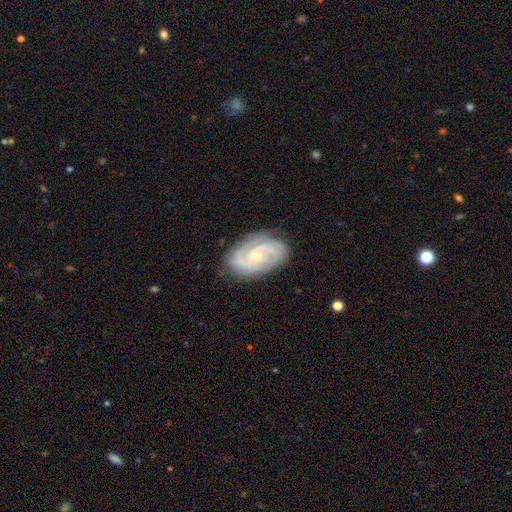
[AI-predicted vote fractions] Smooth or featured? Predicted: featured or disk (p=0.86). Edge-on disk? Predicted: no (p=0.97). Bar? Predicted: no (p=0.65). Spiral arms? Predicted: yes (p=0.97). Spiral winding? Predicted: tight (p=0.55). Spiral arm count? Predicted: 2 (p=0.46). Bulge size? Predicted: small (p=0.75). Merging? Predicted: none (p=0.82).